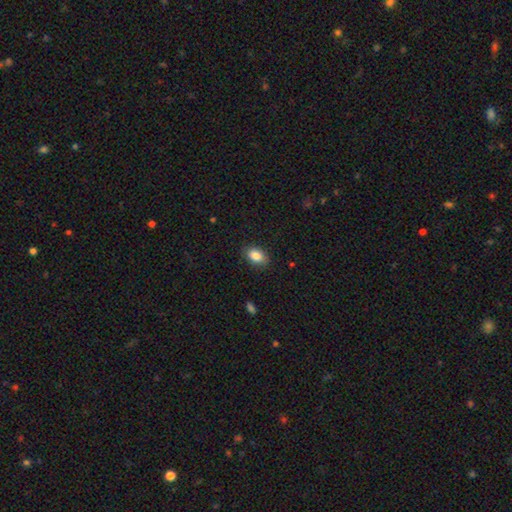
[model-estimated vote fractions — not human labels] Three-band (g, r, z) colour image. It shows a smooth galaxy with no disk features (86%) that is in between round and cigar-shaped (86%). Merging: none (84%).